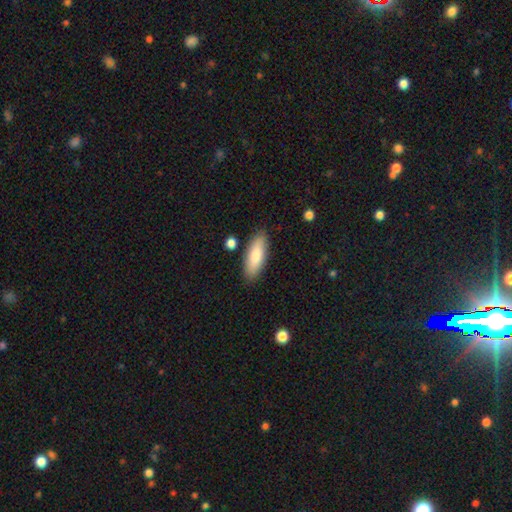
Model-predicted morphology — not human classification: Smooth or featured: smooth — 79% (featured or disk — 15%)
How rounded: in between — 66% (cigar-shaped — 31%)
Merging: none — 85% (minor disturbance — 10%)